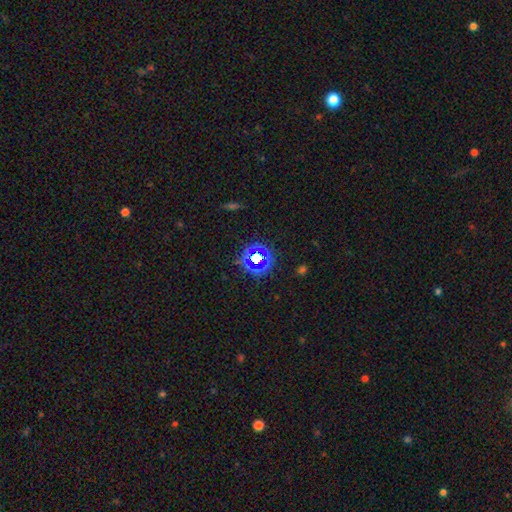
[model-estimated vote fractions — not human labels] Q: Smooth or featured?
A: star or artifact (68%); runner-up: smooth (22%)